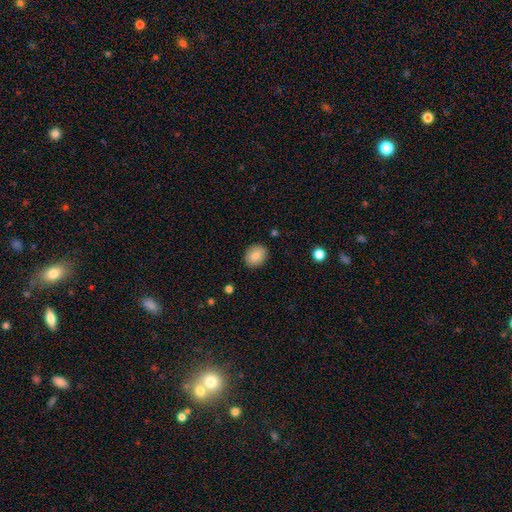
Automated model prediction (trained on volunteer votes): smooth-or-featured: smooth: 85% | star or artifact: 8% | featured or disk: 8%
  how-rounded: round: 51% | in between: 48% | cigar-shaped: 1%
  merging: none: 87% | minor disturbance: 9% | major disturbance: 2% | merger: 1%